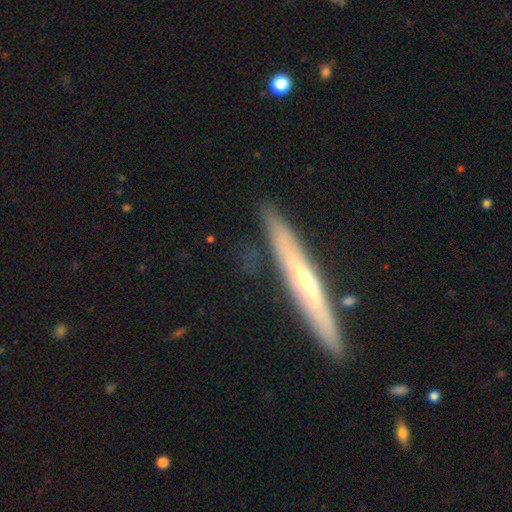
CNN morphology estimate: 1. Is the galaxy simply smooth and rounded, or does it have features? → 68% featured or disk, 25% smooth, 7% star or artifact.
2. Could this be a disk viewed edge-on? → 91% yes, 9% no.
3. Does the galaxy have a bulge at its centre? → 64% rounded, 32% none, 4% boxy.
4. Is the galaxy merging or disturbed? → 85% none, 11% minor disturbance, 2% major disturbance, 2% merger.